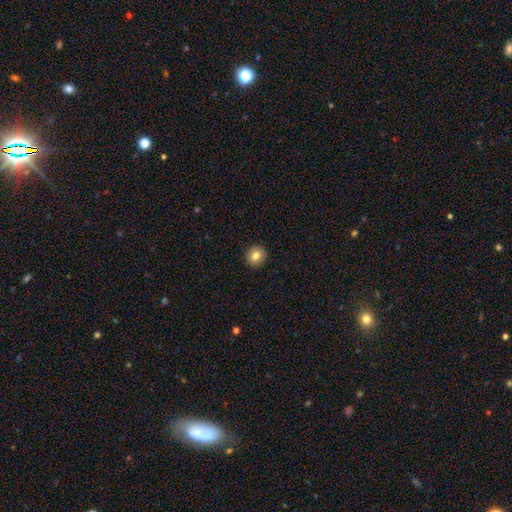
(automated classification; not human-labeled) smooth 80%, featured or disk 11%, star or artifact 9%. Down the decision tree: how rounded — round (92%); merging — none (93%).